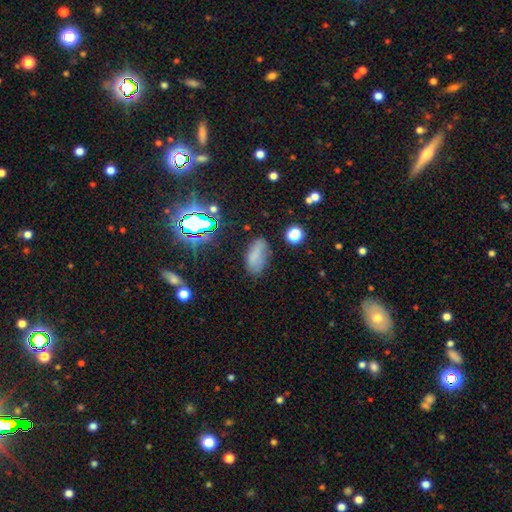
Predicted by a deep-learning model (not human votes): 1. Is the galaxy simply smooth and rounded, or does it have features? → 67% smooth, 19% star or artifact, 14% featured or disk.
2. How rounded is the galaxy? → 89% in between, 7% cigar-shaped, 5% round.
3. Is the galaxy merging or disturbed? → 59% none, 26% minor disturbance, 11% major disturbance, 4% merger.